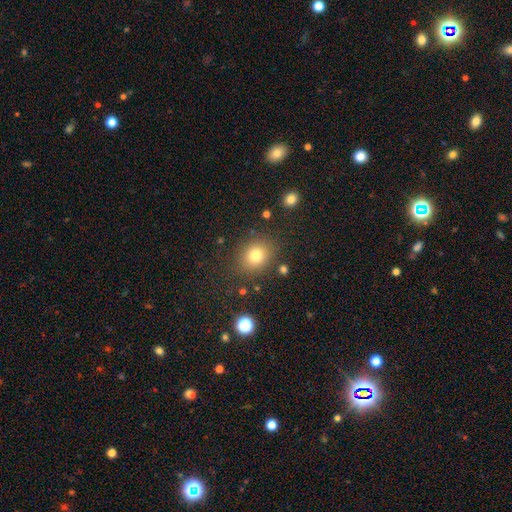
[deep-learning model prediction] Overall: smooth (78%). How rounded: round (62%; in between 37%). Merging: none (82%).